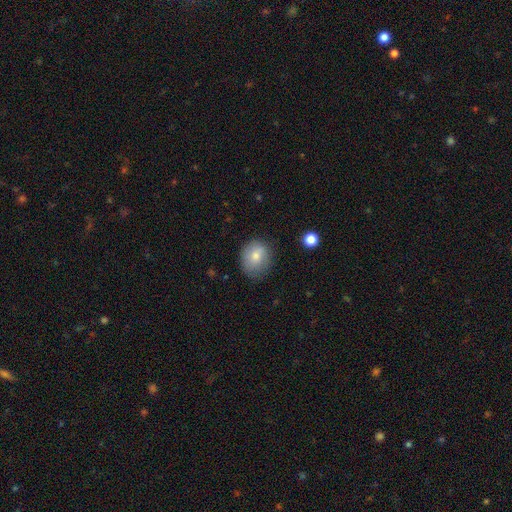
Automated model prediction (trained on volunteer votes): smooth_or_featured: smooth (p=0.76) [alt: featured or disk p=0.16]
how_rounded: round (p=0.62) [alt: in between p=0.37]
merging: none (p=0.71) [alt: minor disturbance p=0.22]